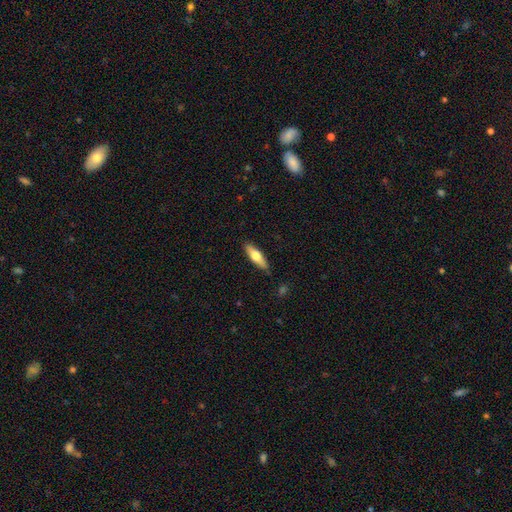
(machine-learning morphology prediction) Smooth or featured? Predicted: smooth (p=0.59). How rounded? Predicted: cigar-shaped (p=0.56). Merging? Predicted: none (p=0.87).